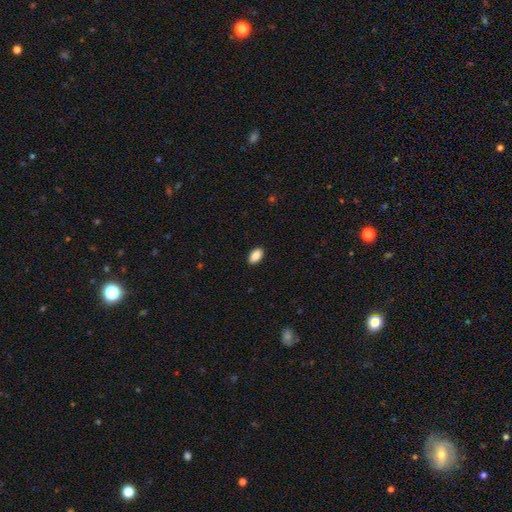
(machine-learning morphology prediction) Smooth or featured? Predicted: smooth (p=0.89). How rounded? Predicted: in between (p=0.93). Merging? Predicted: none (p=0.89).